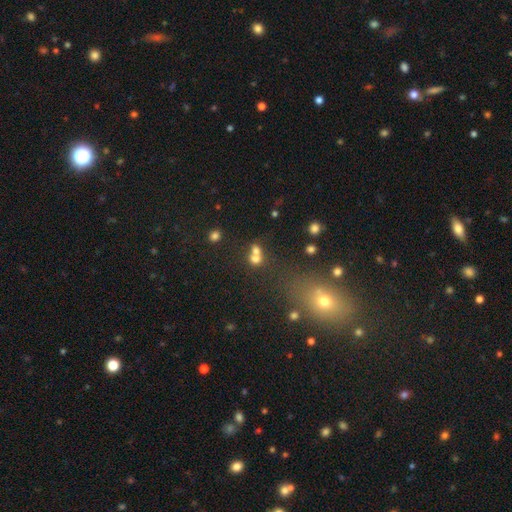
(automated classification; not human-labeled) Smooth or featured: smooth — 67% (star or artifact — 18%)
How rounded: round — 67% (in between — 31%)
Merging: merger — 59% (none — 29%)